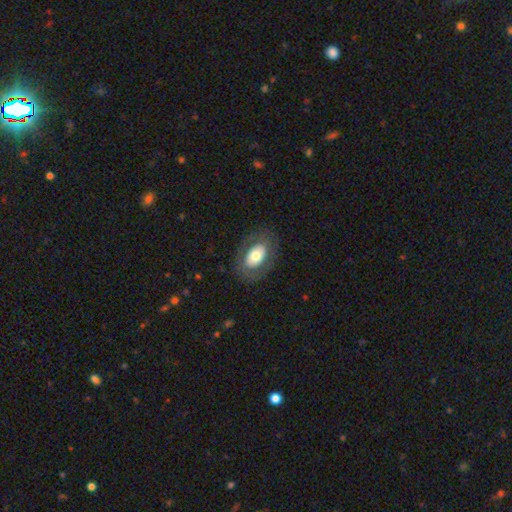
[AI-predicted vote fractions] The model was most divided on "smooth or featured": smooth: 60%, featured or disk: 33%, star or artifact: 7%. More confident: how rounded — in between (87%); merging — none (80%).